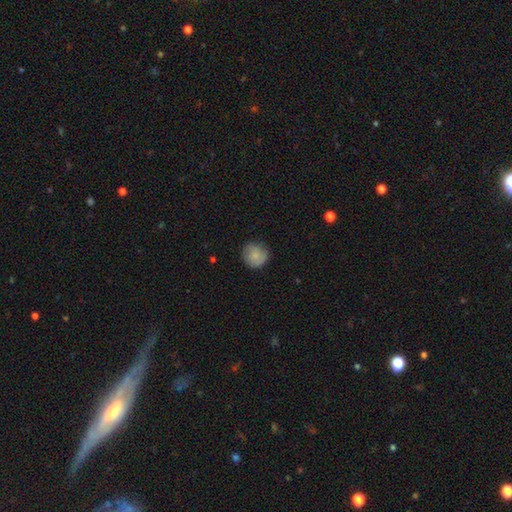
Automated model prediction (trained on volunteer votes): The model was most divided on "merging": none: 75%, minor disturbance: 20%, major disturbance: 4%, merger: 1%. More confident: how rounded — round (89%); smooth or featured — smooth (80%).